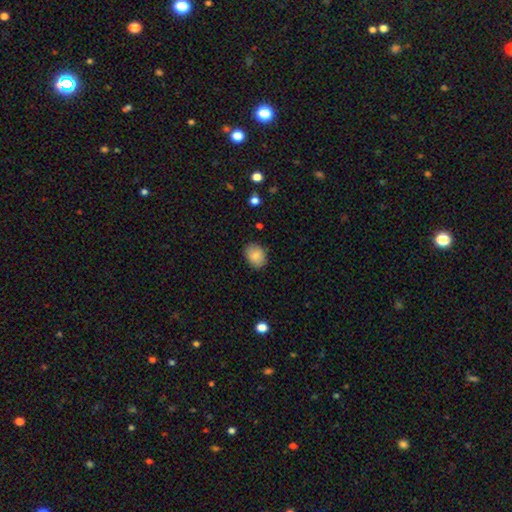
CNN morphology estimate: type=smooth (82%); roundness=in between (63%); merging=none (83%).